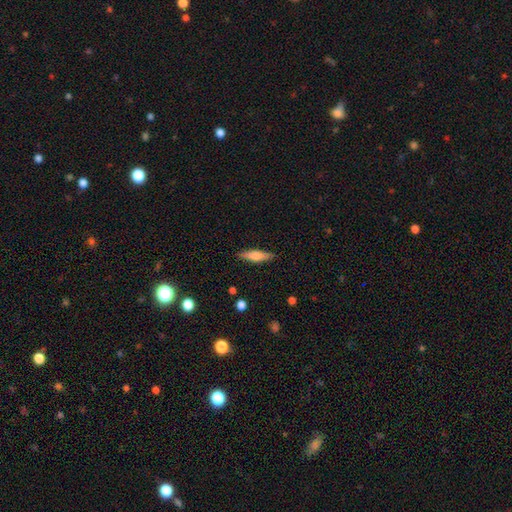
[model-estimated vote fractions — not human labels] Morphology: type=smooth (55%); roundness=cigar-shaped (73%); merging=none (89%).